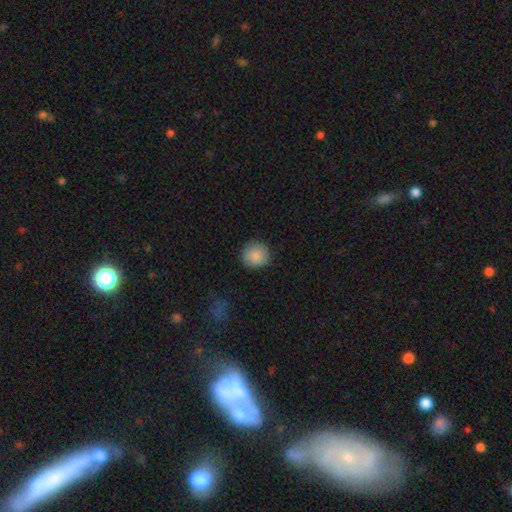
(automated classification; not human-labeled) Overall: smooth (86%). How rounded: round (92%). Merging: none (87%).